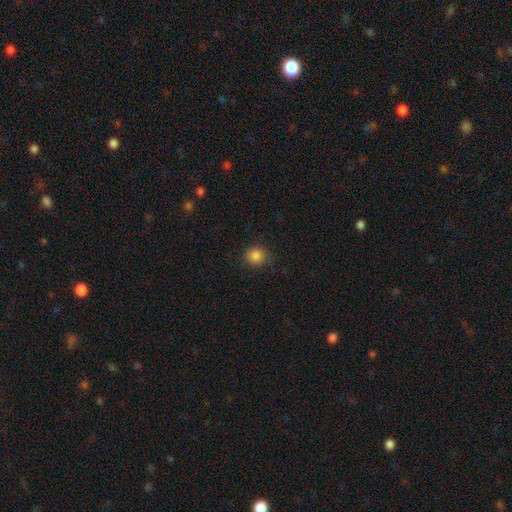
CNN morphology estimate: smooth-or-featured: smooth: 84% | star or artifact: 11% | featured or disk: 5%
  how-rounded: round: 81% | in between: 18% | cigar-shaped: 1%
  merging: none: 85% | minor disturbance: 11% | major disturbance: 3% | merger: 1%